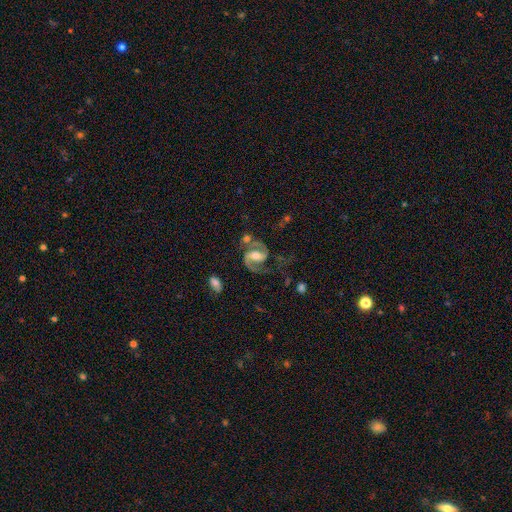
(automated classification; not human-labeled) Smooth or featured?
  - featured or disk: 90% *
  - smooth: 5%
  - star or artifact: 5%
Edge-on disk?
  - no: 98% *
  - yes: 2%
Bar?
  - strong: 41% *
  - weak: 39%
  - no: 20%
Spiral arms?
  - yes: 97% *
  - no: 3%
Spiral winding?
  - medium: 61% *
  - loose: 21%
  - tight: 19%
Spiral arm count?
  - 2: 92% *
  - 1: 3%
  - can't tell: 2%
  - 3: 1%
  - 4: 1%
  - more than 4: 1%
Bulge size?
  - moderate: 66% *
  - small: 23%
  - large: 8%
  - none: 2%
  - dominant: 1%
Merging?
  - none: 61% *
  - minor disturbance: 18%
  - major disturbance: 13%
  - merger: 9%